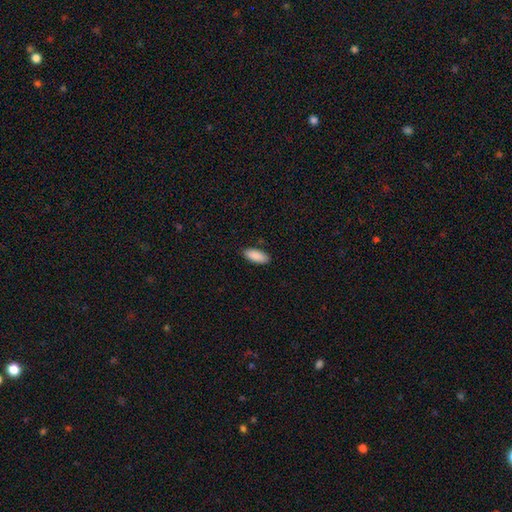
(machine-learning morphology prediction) A smooth galaxy with no disk features (90%) that is in between round and cigar-shaped (86%).

Vote fractions:
- Smooth or featured? smooth: 90% / star or artifact: 6% / featured or disk: 4%
- How rounded? in between: 86% / cigar-shaped: 13% / round: 2%
- Merging? none: 87% / minor disturbance: 10% / major disturbance: 2% / merger: 1%